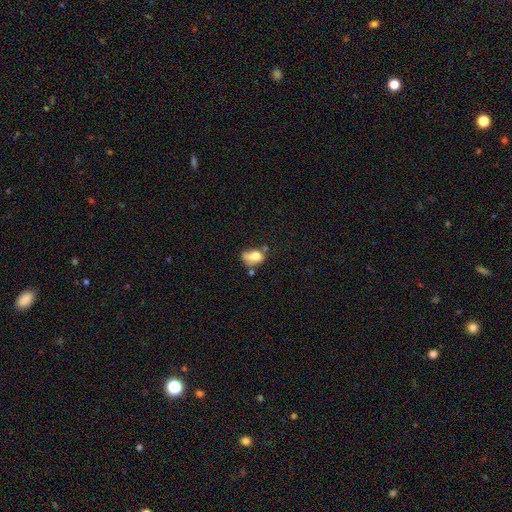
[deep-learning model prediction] Smooth or featured: smooth — 66% (featured or disk — 24%)
How rounded: in between — 79% (round — 19%)
Merging: none — 27% (minor disturbance — 25%)